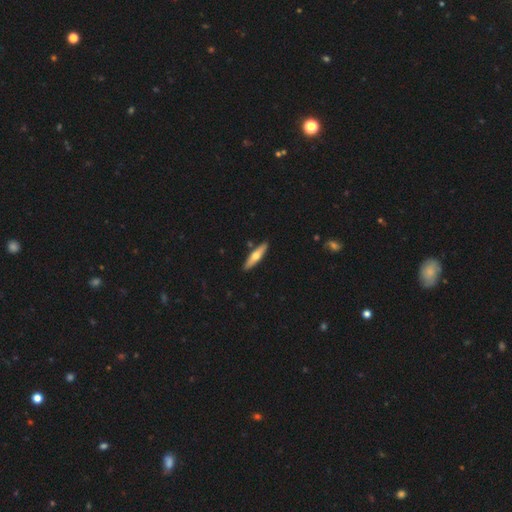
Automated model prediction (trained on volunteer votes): A smooth galaxy with no disk features (53%) that is cigar-shaped (76%).

Vote fractions:
- Smooth or featured? smooth: 53% / featured or disk: 42% / star or artifact: 5%
- How rounded? cigar-shaped: 76% / in between: 22% / round: 2%
- Merging? none: 88% / minor disturbance: 8% / merger: 3% / major disturbance: 2%